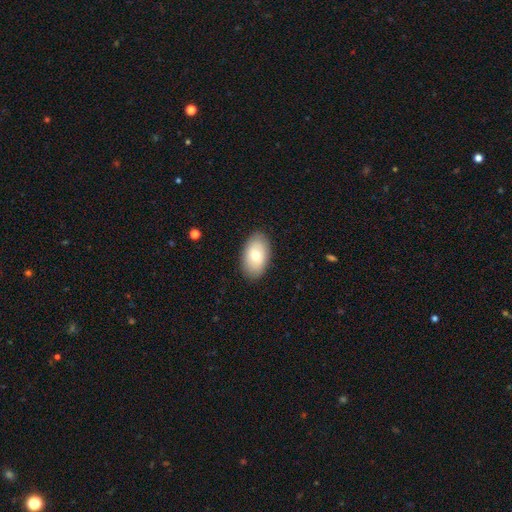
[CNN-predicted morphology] Smooth or featured? smooth (73%)
How rounded? in between (93%)
Merging? none (87%)